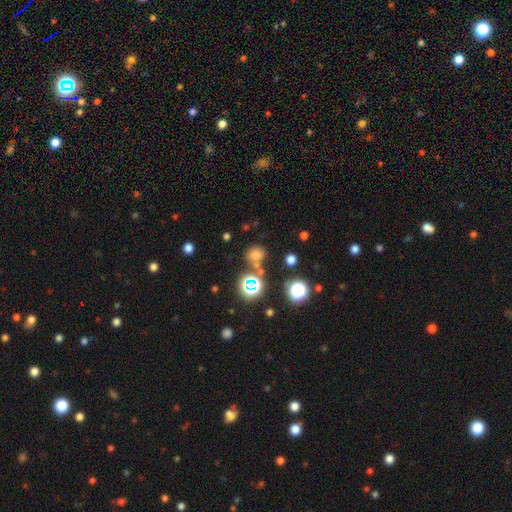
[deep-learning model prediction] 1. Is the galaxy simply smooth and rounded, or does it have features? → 66% smooth, 28% star or artifact, 6% featured or disk.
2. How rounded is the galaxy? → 81% round, 18% in between, 1% cigar-shaped.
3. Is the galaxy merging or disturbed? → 68% none, 14% merger, 12% minor disturbance, 5% major disturbance.